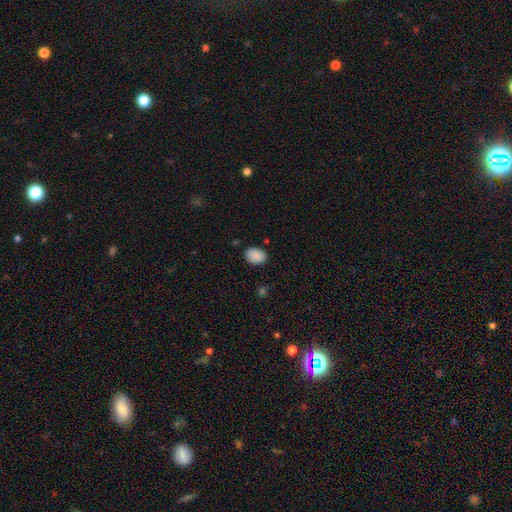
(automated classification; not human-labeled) This is clearly a smooth galaxy (89%). How rounded: likely in between (73%). Merging: clearly none (81%).